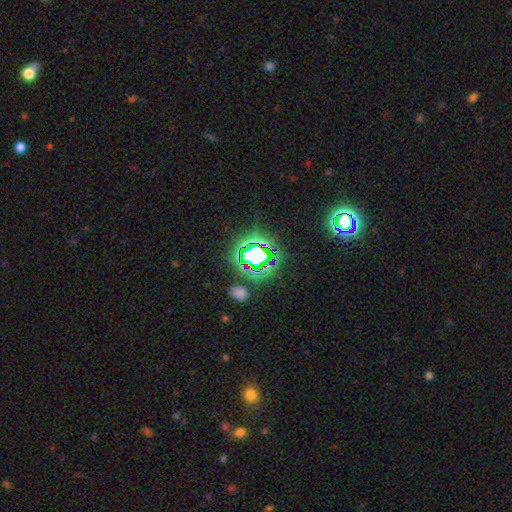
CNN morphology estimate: smooth-or-featured: star or artifact: 69% | smooth: 19% | featured or disk: 12%